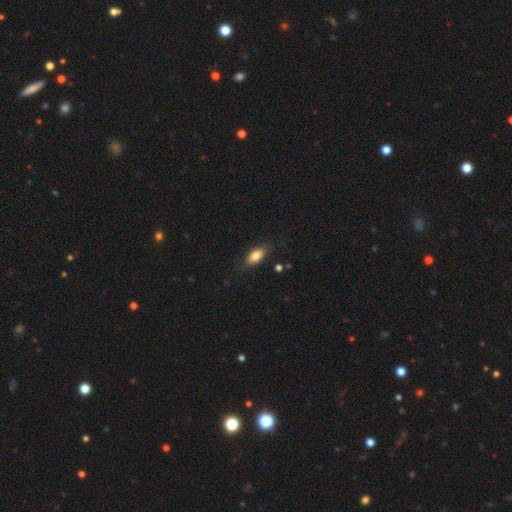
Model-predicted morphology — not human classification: Smooth or featured? Predicted: smooth (p=0.81). How rounded? Predicted: in between (p=0.86). Merging? Predicted: none (p=0.80).